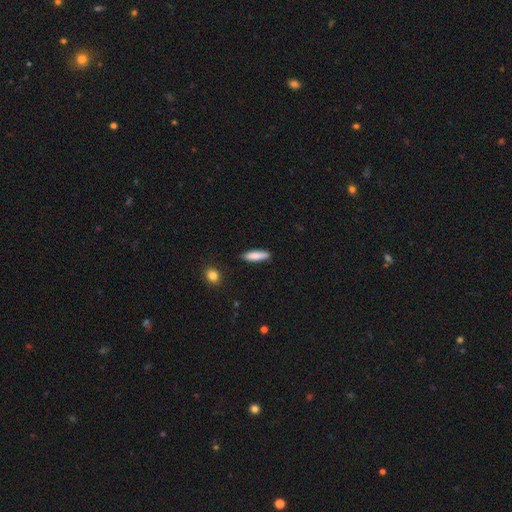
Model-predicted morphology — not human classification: This is clearly a smooth galaxy (84%). How rounded: likely cigar-shaped (71%). Merging: clearly none (87%).